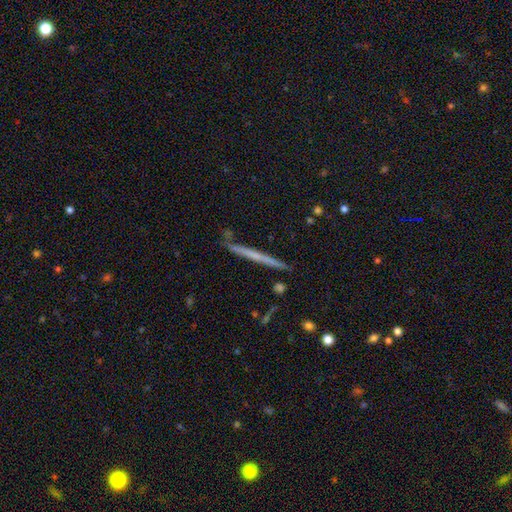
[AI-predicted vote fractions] This appears to be a featured or disk galaxy (52%) viewed edge-on (97%). Merging: none (86%).